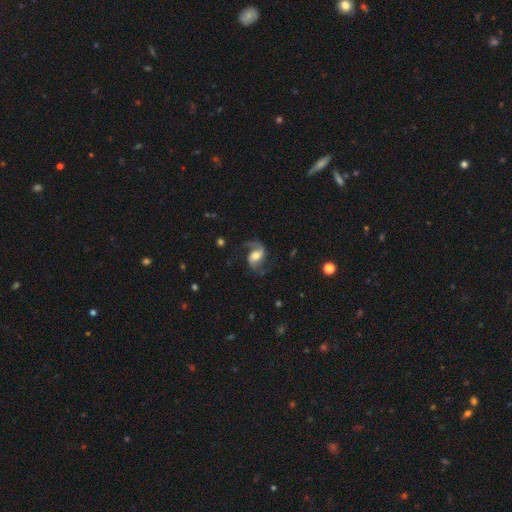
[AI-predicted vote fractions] A featured or disk galaxy (81%) with a weak bar (42%), 2 (83%) loose (53%) spiral arms (95%) and a moderate central bulge (61%).

Vote fractions:
- Smooth or featured? featured or disk: 81% / smooth: 13% / star or artifact: 6%
- Edge-on disk? no: 97% / yes: 3%
- Bar? weak: 42% / no: 34% / strong: 24%
- Spiral arms? yes: 95% / no: 5%
- Spiral winding? loose: 53% / medium: 38% / tight: 9%
- Spiral arm count? 2: 83% / 1: 11% / can't tell: 3% / 3: 1% / 4: 1% / more than 4: 1%
- Bulge size? moderate: 61% / small: 21% / large: 14% / none: 3% / dominant: 2%
- Merging? none: 66% / minor disturbance: 18% / major disturbance: 15% / merger: 2%